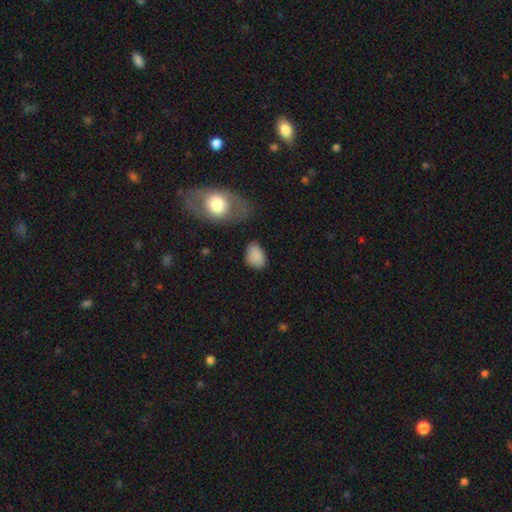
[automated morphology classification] A smooth galaxy with no disk features (86%) that is in between round and cigar-shaped (77%). Merging: none (70%).